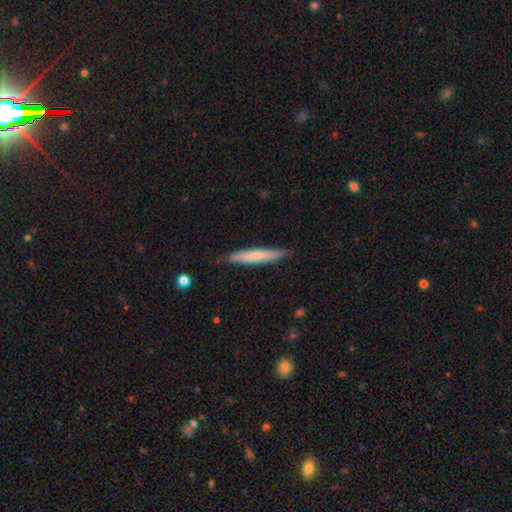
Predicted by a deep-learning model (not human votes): A smooth galaxy with no disk features (65%) that is cigar-shaped (94%).

Vote fractions:
- Smooth or featured? smooth: 65% / featured or disk: 30% / star or artifact: 5%
- How rounded? cigar-shaped: 94% / in between: 5% / round: 1%
- Merging? none: 83% / minor disturbance: 14% / major disturbance: 2% / merger: 1%